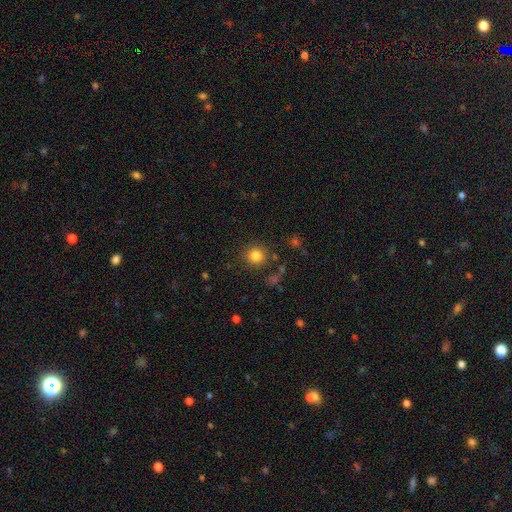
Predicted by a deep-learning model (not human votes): smooth-or-featured: smooth: 82% | star or artifact: 12% | featured or disk: 6%
  how-rounded: round: 93% | in between: 6% | cigar-shaped: 1%
  merging: none: 86% | minor disturbance: 8% | major disturbance: 4% | merger: 3%